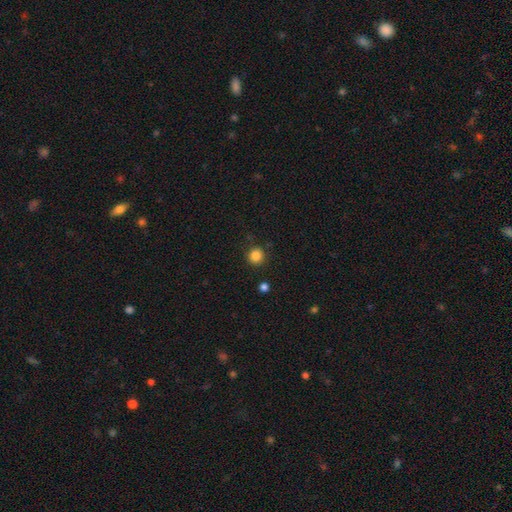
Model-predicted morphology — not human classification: Smooth or featured? Predicted: smooth (p=0.85). How rounded? Predicted: round (p=0.94). Merging? Predicted: none (p=0.89).